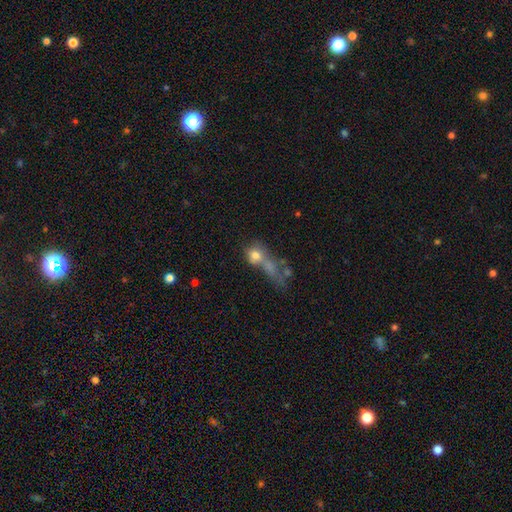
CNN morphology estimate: This appears to be a smooth galaxy with no disk features (65%) that is round (58%). Merging: merger (44%).